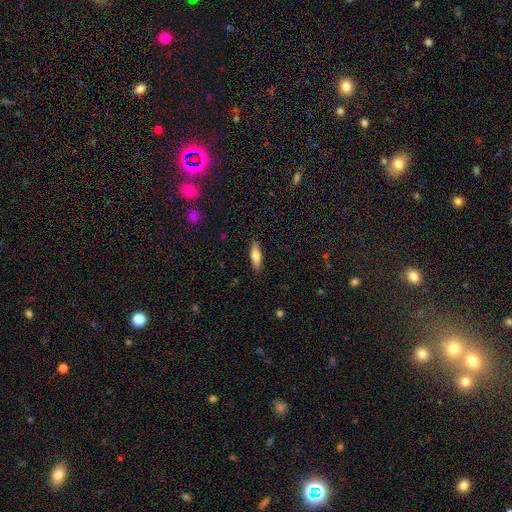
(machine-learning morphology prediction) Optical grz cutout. It shows a smooth galaxy with no disk features (69%) that is cigar-shaped (54%). Merging: none (88%).